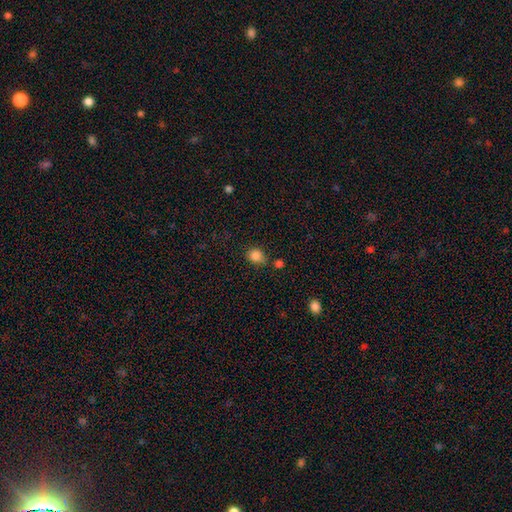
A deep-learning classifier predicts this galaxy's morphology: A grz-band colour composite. It shows a smooth galaxy with no disk features (85%) that is round (65%). Merging: none (63%).